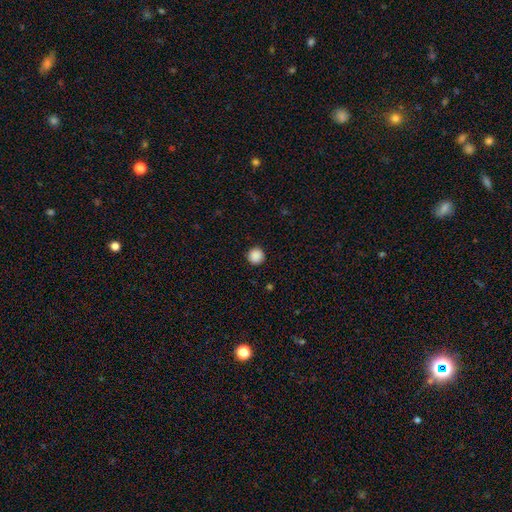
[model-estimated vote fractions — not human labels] Smooth or featured?
  - smooth: 89% *
  - star or artifact: 9%
  - featured or disk: 2%
How rounded?
  - round: 95% *
  - in between: 4%
  - cigar-shaped: 1%
Merging?
  - none: 92% *
  - minor disturbance: 5%
  - major disturbance: 2%
  - merger: 1%